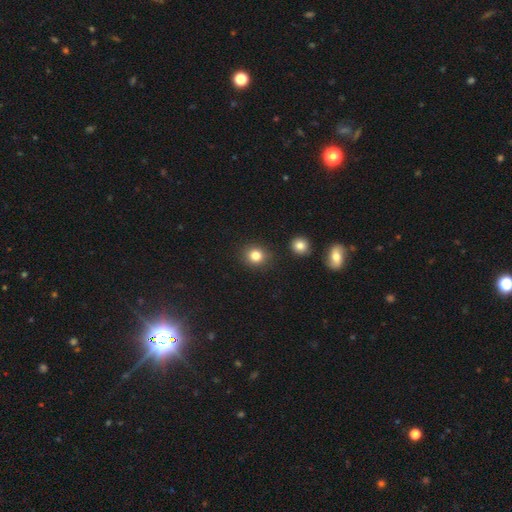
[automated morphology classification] This appears to be a smooth galaxy with no disk features (83%) that is round (84%). Merging: none (88%).